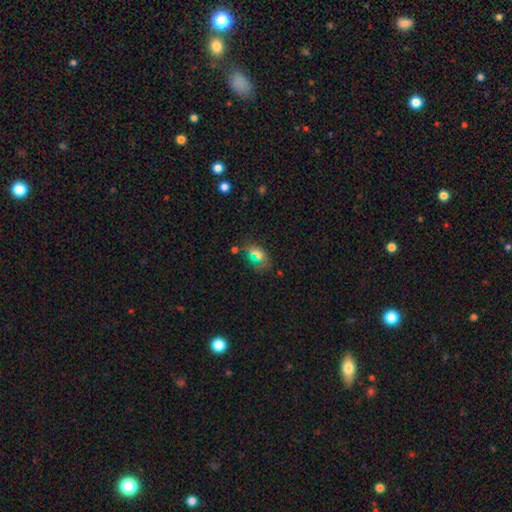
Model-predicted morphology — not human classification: Q: Smooth or featured?
A: smooth (61%); runner-up: star or artifact (23%)
Q: How rounded?
A: in between (82%); runner-up: round (14%)
Q: Merging?
A: none (64%); runner-up: minor disturbance (20%)